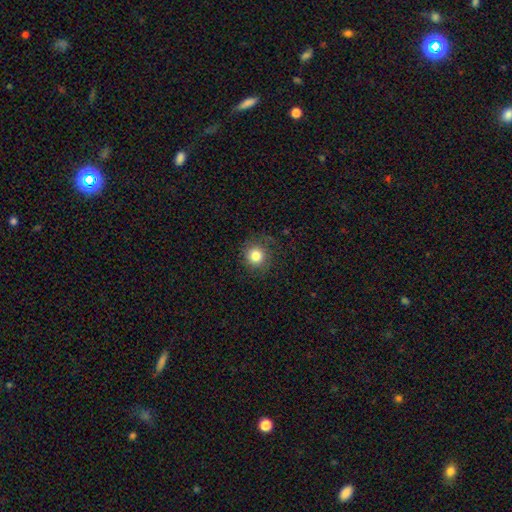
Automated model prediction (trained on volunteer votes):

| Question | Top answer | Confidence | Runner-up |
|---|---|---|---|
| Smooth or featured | smooth | 82% | star or artifact (11%) |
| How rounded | round | 92% | in between (7%) |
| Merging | none | 83% | minor disturbance (11%) |